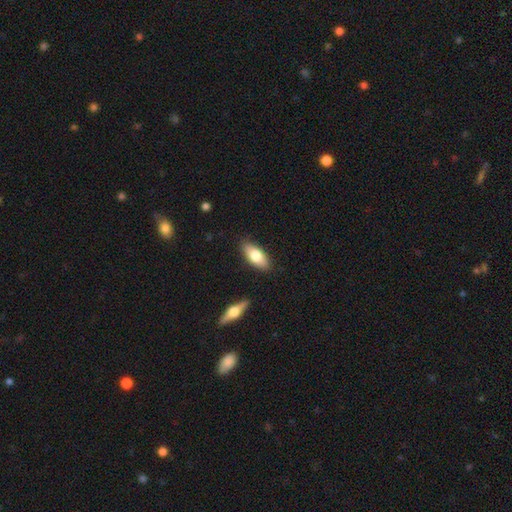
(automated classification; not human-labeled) Smooth or featured: smooth — 72% (featured or disk — 22%)
How rounded: in between — 80% (cigar-shaped — 18%)
Merging: none — 84% (minor disturbance — 11%)